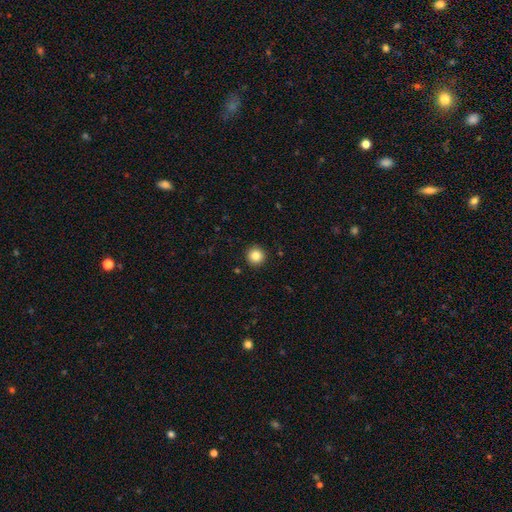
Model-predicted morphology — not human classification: Smooth or featured? Predicted: smooth (p=0.84). How rounded? Predicted: round (p=0.96). Merging? Predicted: none (p=0.93).